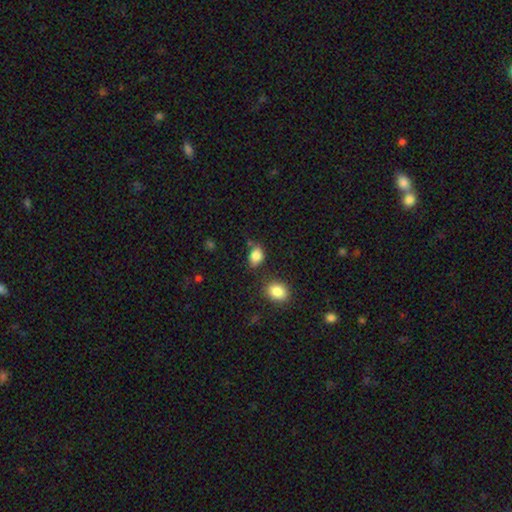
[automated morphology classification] The model was most divided on "merging": none: 63%, minor disturbance: 22%, merger: 9%, major disturbance: 6%. More confident: smooth or featured — smooth (85%); how rounded — in between (76%).